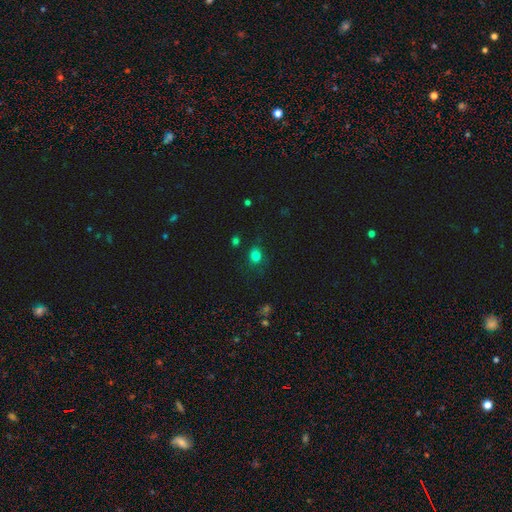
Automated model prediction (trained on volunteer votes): smooth-or-featured: smooth: 78% | star or artifact: 16% | featured or disk: 6%
  how-rounded: round: 60% | in between: 39% | cigar-shaped: 1%
  merging: none: 75% | minor disturbance: 17% | major disturbance: 6% | merger: 2%